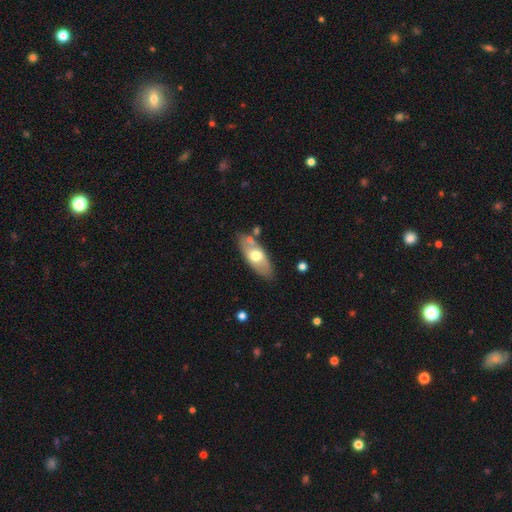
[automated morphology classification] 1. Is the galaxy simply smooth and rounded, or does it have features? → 53% smooth, 41% featured or disk, 6% star or artifact.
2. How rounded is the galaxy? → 81% in between, 16% cigar-shaped, 3% round.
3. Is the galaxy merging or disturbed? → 75% none, 15% minor disturbance, 7% merger, 3% major disturbance.